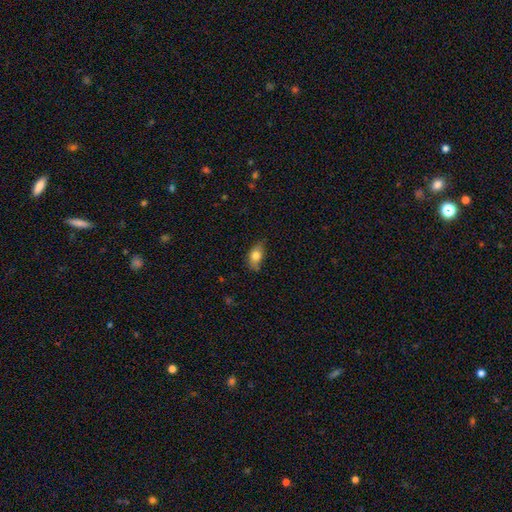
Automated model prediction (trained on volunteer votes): Overall: smooth (78%). How rounded: in between (86%). Merging: none (69%).